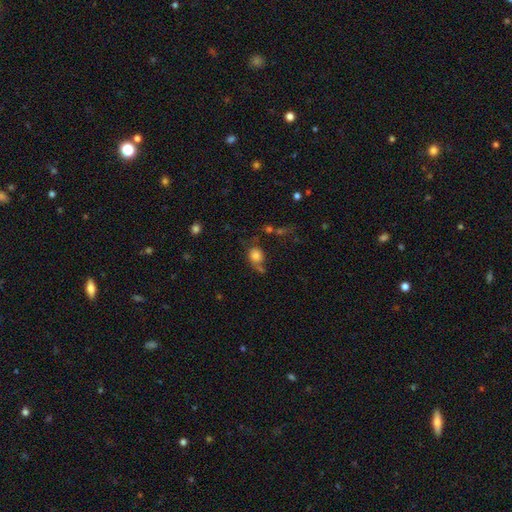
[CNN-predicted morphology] This appears to be a smooth galaxy with no disk features (79%) that is round (66%). Merging: none (49%).